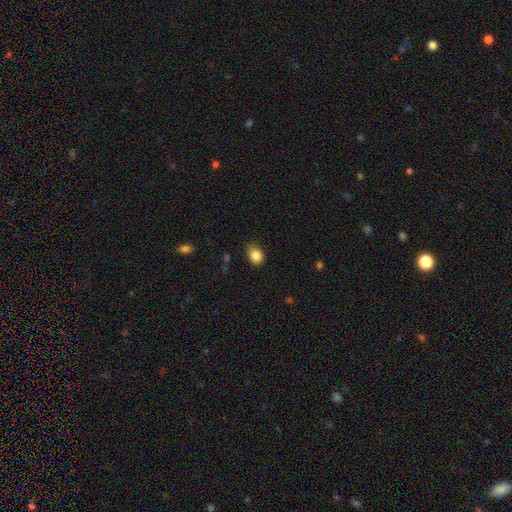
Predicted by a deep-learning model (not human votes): Q: Smooth or featured?
A: smooth (86%); runner-up: star or artifact (9%)
Q: How rounded?
A: in between (68%); runner-up: round (31%)
Q: Merging?
A: none (69%); runner-up: minor disturbance (26%)